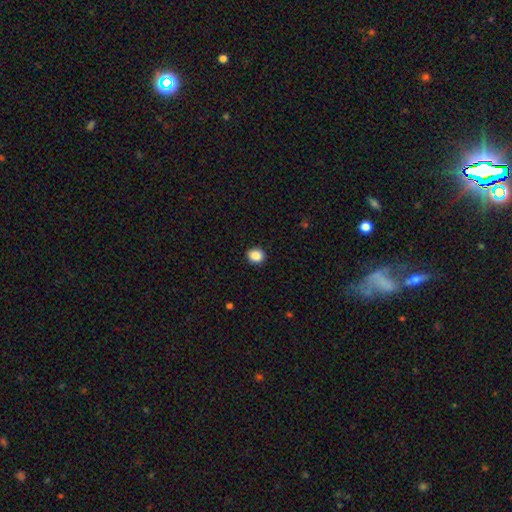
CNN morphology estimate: A smooth galaxy with no disk features (88%) that is round (77%). Merging: none (91%).